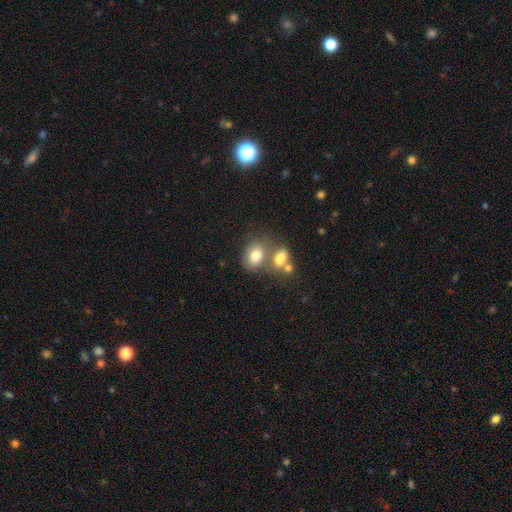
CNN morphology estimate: Overall: smooth (77%). How rounded: in between (68%; round 30%). Merging: none (43%; merger 38%).